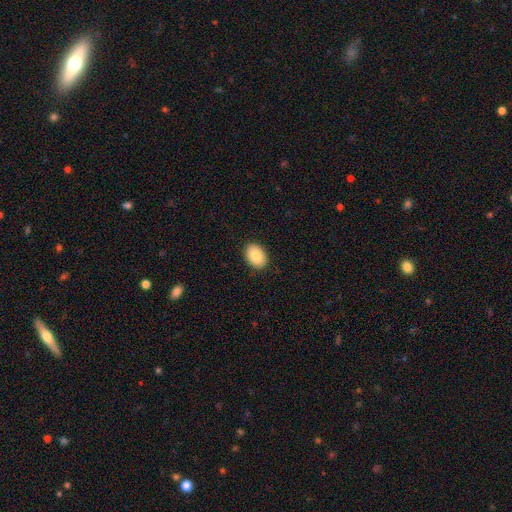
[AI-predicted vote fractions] Smooth or featured? smooth (85%)
How rounded? in between (83%)
Merging? none (90%)